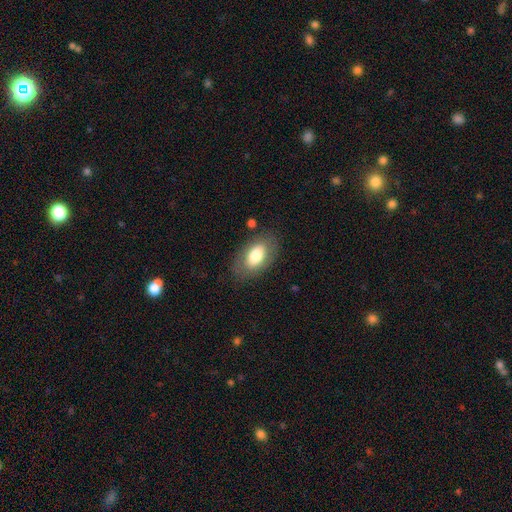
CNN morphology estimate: Smooth or featured? smooth (72%)
How rounded? in between (92%)
Merging? none (80%)